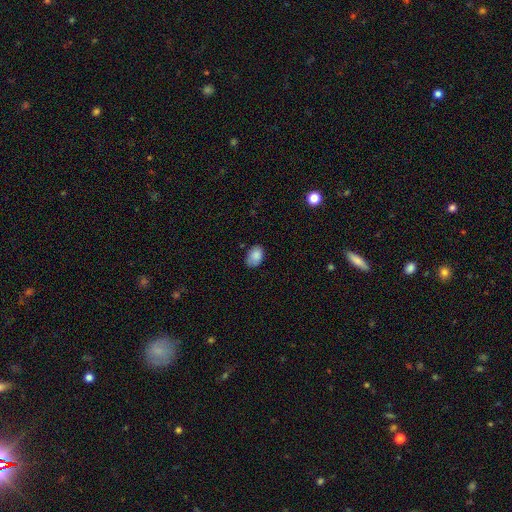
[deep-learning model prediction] A smooth galaxy with no disk features (86%) that is in between round and cigar-shaped (81%).

Vote fractions:
- Smooth or featured? smooth: 86% / star or artifact: 8% / featured or disk: 6%
- How rounded? in between: 81% / round: 18% / cigar-shaped: 1%
- Merging? none: 70% / minor disturbance: 24% / major disturbance: 4% / merger: 2%